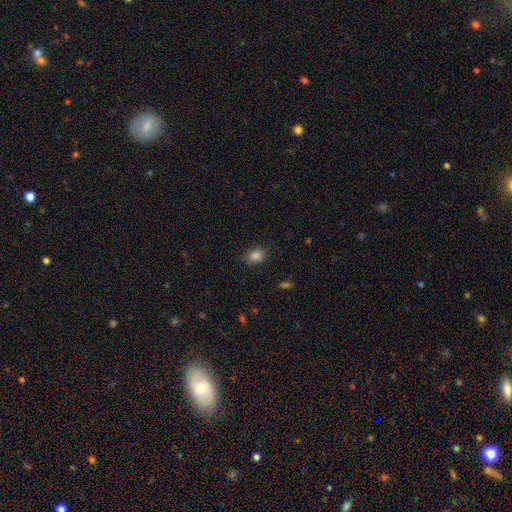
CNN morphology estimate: This is clearly a smooth galaxy (84%). How rounded: likely in between (64%). Merging: clearly none (82%).